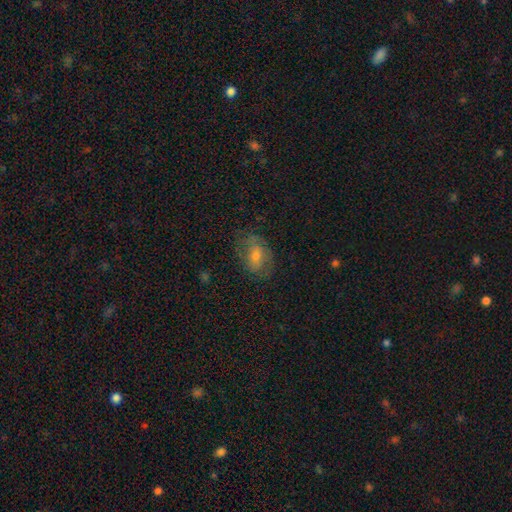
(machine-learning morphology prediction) This is possibly a smooth galaxy (49%). Merging: likely none (64%).